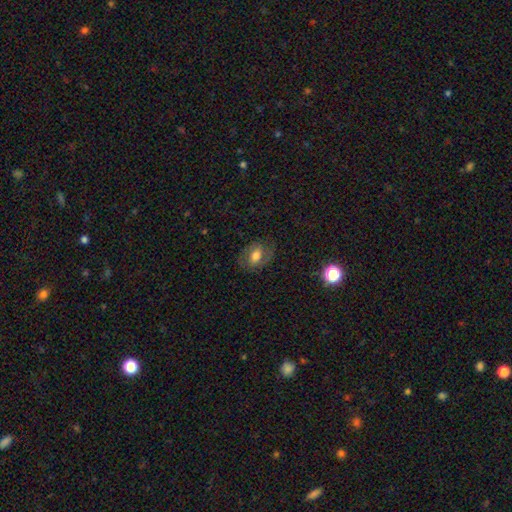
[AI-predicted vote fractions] Morphology: type=smooth (55%); roundness=in between (69%); merging=none (74%).